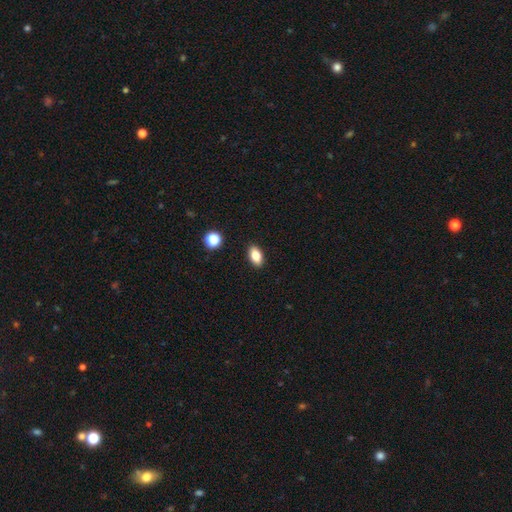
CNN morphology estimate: Smooth or featured: smooth — 81% (featured or disk — 10%)
How rounded: in between — 89% (round — 7%)
Merging: none — 90% (minor disturbance — 7%)